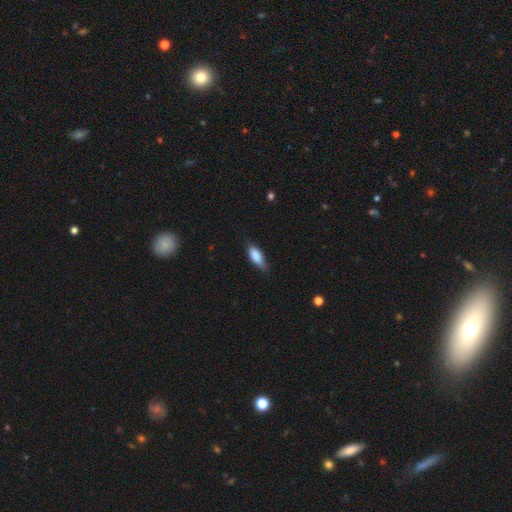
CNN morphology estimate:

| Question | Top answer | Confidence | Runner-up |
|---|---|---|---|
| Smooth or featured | smooth | 82% | featured or disk (11%) |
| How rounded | in between | 76% | cigar-shaped (21%) |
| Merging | none | 64% | minor disturbance (29%) |